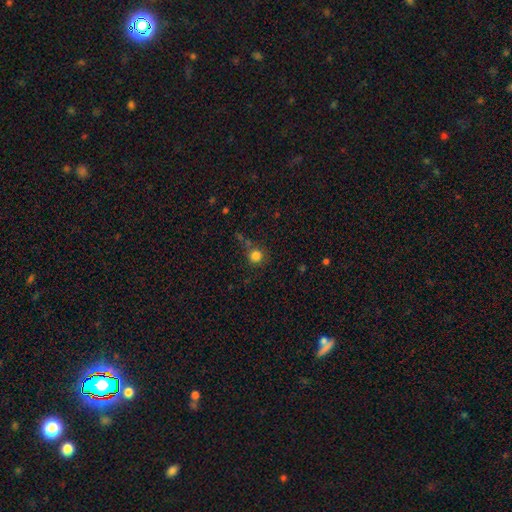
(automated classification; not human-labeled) This appears to be a smooth galaxy with no disk features (82%) that is round (93%). Merging: none (73%).